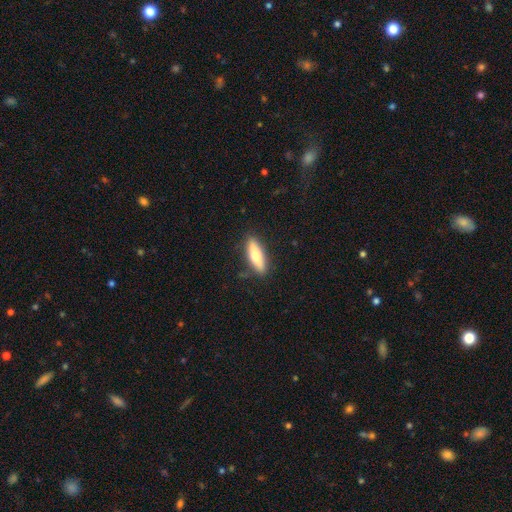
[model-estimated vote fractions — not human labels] Smooth or featured?
  - smooth: 62% *
  - featured or disk: 32%
  - star or artifact: 6%
How rounded?
  - cigar-shaped: 65% *
  - in between: 34%
  - round: 2%
Merging?
  - none: 85% *
  - minor disturbance: 11%
  - major disturbance: 2%
  - merger: 1%